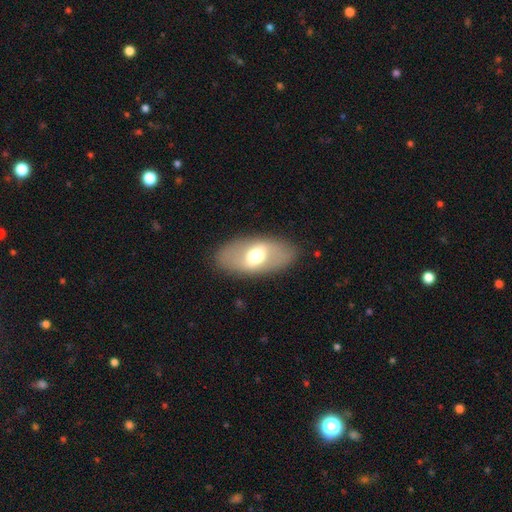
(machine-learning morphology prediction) Smooth or featured?
  - smooth: 52% *
  - featured or disk: 41%
  - star or artifact: 7%
How rounded?
  - in between: 90% *
  - round: 6%
  - cigar-shaped: 4%
Merging?
  - none: 84% *
  - minor disturbance: 10%
  - major disturbance: 4%
  - merger: 1%